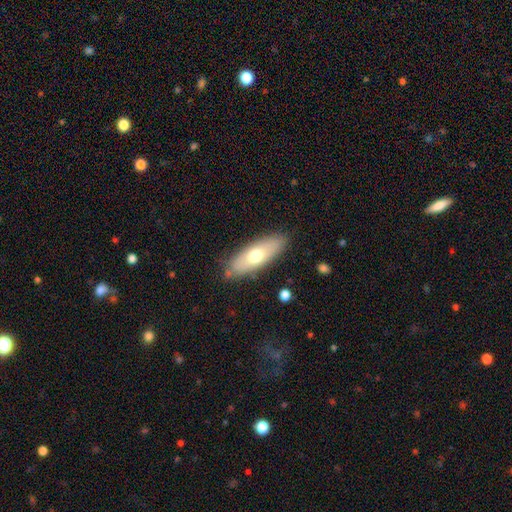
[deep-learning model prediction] Smooth or featured? smooth (62%)
How rounded? in between (64%)
Merging? none (83%)